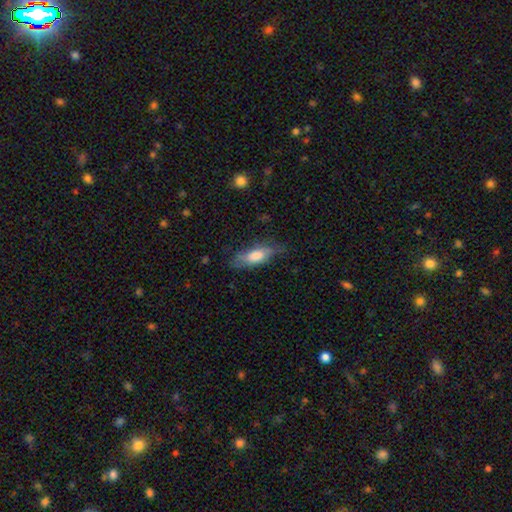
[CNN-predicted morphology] Smooth or featured? Predicted: smooth (p=0.67). How rounded? Predicted: in between (p=0.65). Merging? Predicted: none (p=0.61).